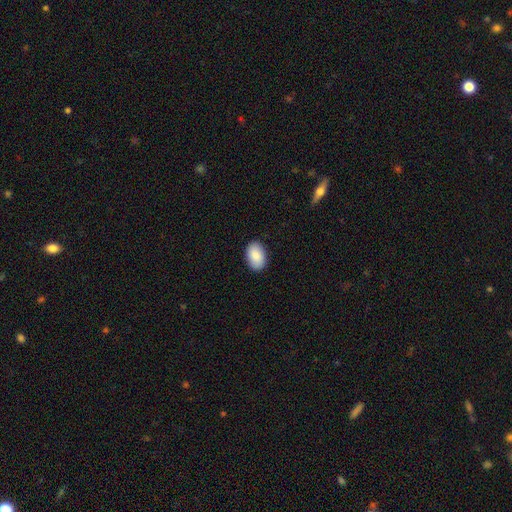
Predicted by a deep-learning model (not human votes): Morphology: type=smooth (89%); roundness=in between (91%); merging=none (89%).